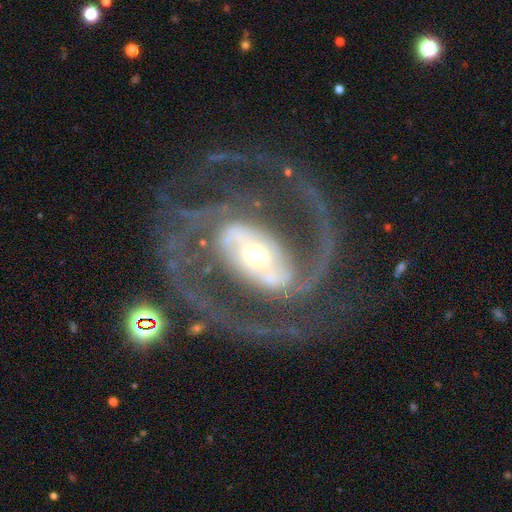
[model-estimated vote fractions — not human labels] Smooth or featured: featured or disk — 92% (star or artifact — 5%)
Edge-on disk: no — 97% (yes — 3%)
Bar: strong — 54% (weak — 28%)
Spiral arms: yes — 97% (no — 3%)
Spiral winding: medium — 56% (tight — 28%)
Spiral arm count: 2 — 87% (3 — 4%)
Bulge size: moderate — 50% (small — 35%)
Merging: none — 71% (major disturbance — 14%)